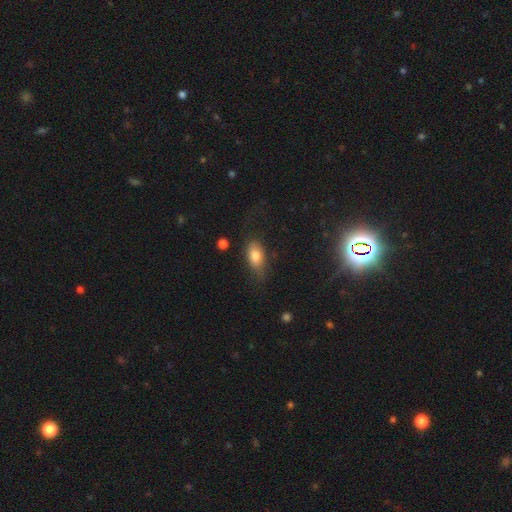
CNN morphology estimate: smooth 78%, featured or disk 14%, star or artifact 8%. Down the decision tree: how rounded — in between (86%); merging — none (62%).